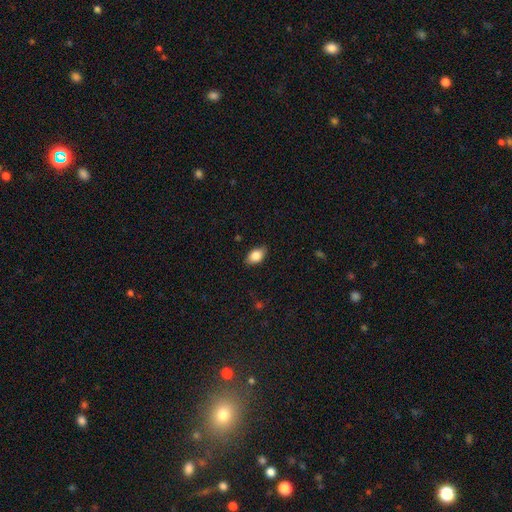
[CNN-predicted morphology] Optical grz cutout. It shows a smooth galaxy with no disk features (85%) that is in between round and cigar-shaped (88%). Merging: none (84%).